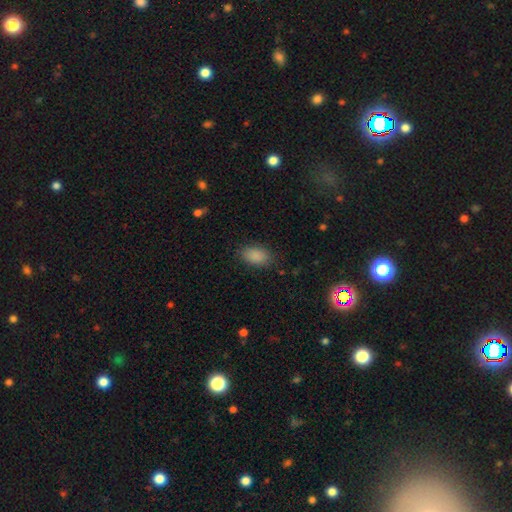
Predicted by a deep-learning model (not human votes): A smooth galaxy with no disk features (88%) that is in between round and cigar-shaped (90%). Merging: none (83%).